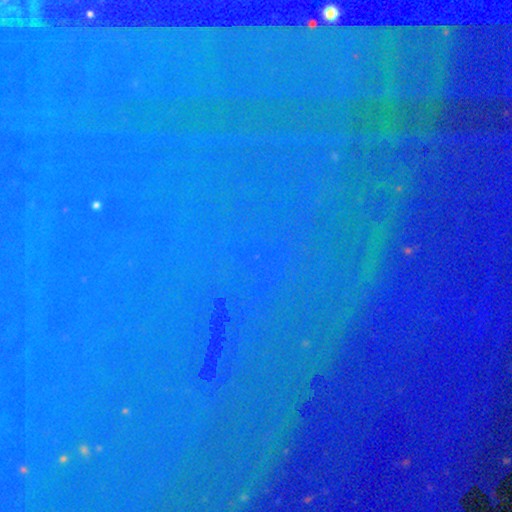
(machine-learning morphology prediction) Q: Smooth or featured?
A: star or artifact (85%); runner-up: smooth (8%)